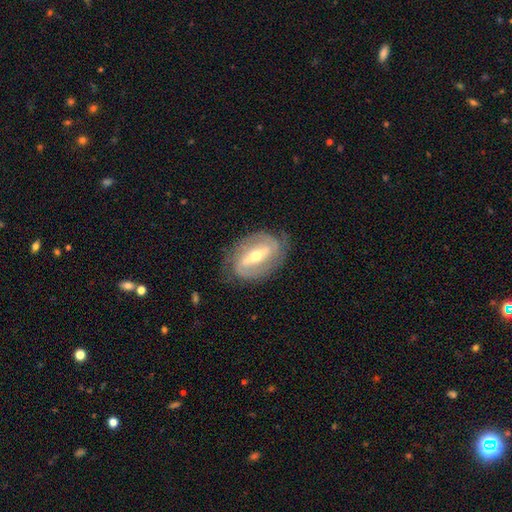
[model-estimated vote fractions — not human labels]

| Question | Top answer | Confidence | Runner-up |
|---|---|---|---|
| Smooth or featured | featured or disk | 84% | smooth (11%) |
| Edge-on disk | no | 92% | yes (8%) |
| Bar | strong | 63% | weak (27%) |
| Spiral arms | yes | 87% | no (13%) |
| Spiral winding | tight | 44% | medium (39%) |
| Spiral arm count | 2 | 78% | can't tell (11%) |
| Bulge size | moderate | 61% | small (34%) |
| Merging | none | 77% | minor disturbance (16%) |